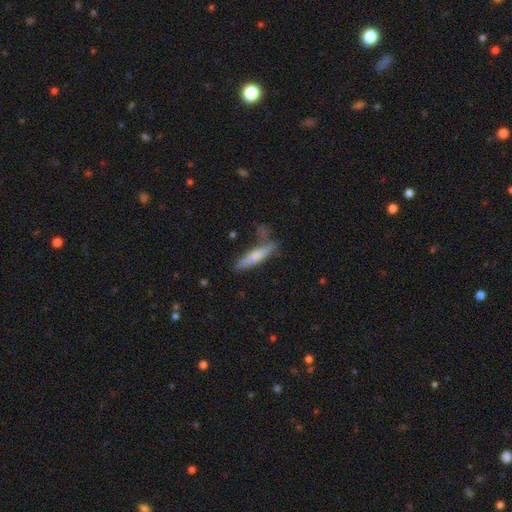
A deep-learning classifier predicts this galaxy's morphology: This is likely a smooth galaxy (61%). How rounded: clearly cigar-shaped (87%). Merging: likely none (72%).